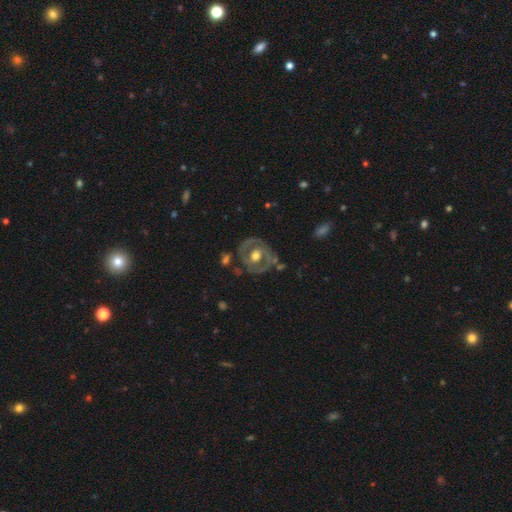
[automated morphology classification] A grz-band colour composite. It shows a featured or disk galaxy (68%) with no bar (67%), no spiral arms (62%) and a moderate central bulge (71%). Merging: none (67%).